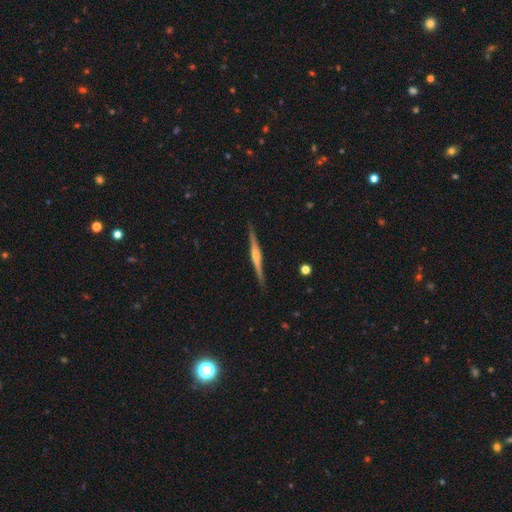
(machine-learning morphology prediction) This is likely a featured or disk galaxy (79%). It is clearly viewed edge-on (98%). Edge-on bulge: likely rounded (80%). Merging: clearly none (89%).